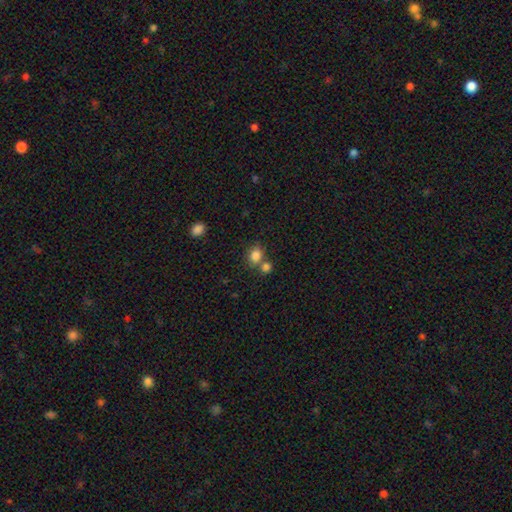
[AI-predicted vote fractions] smooth 83%, star or artifact 11%, featured or disk 7%. Down the decision tree: how rounded — round (58%); merging — none (53%).